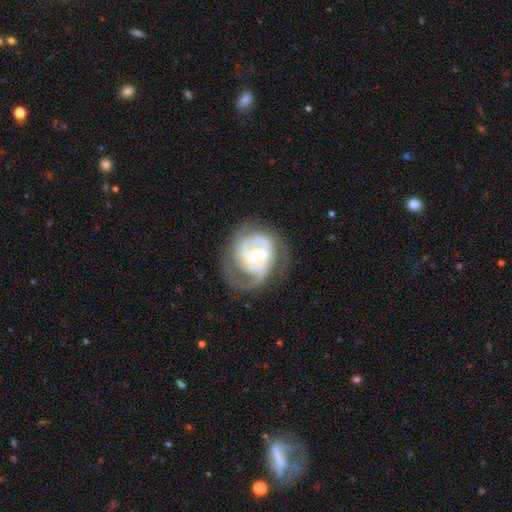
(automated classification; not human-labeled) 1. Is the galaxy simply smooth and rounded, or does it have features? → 89% featured or disk, 7% smooth, 4% star or artifact.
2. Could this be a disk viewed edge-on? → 98% no, 2% yes.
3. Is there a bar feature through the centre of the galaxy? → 46% no, 40% weak, 15% strong.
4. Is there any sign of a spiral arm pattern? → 96% yes, 4% no.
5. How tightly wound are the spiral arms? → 59% tight, 34% medium, 7% loose.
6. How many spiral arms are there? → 44% 2, 27% 3, 16% can't tell, 6% 1, 4% 4, 3% more than 4.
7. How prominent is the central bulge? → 64% moderate, 29% small, 5% large, 1% none, 1% dominant.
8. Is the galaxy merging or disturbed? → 64% none, 21% minor disturbance, 14% major disturbance, 2% merger.